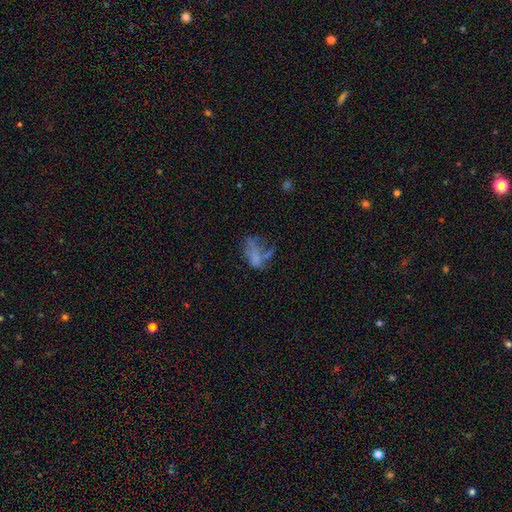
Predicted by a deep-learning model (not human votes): smooth_or_featured: smooth (p=0.53) [alt: featured or disk p=0.31]
how_rounded: in between (p=0.85) [alt: round p=0.10]
merging: major disturbance (p=0.39) [alt: none p=0.28]